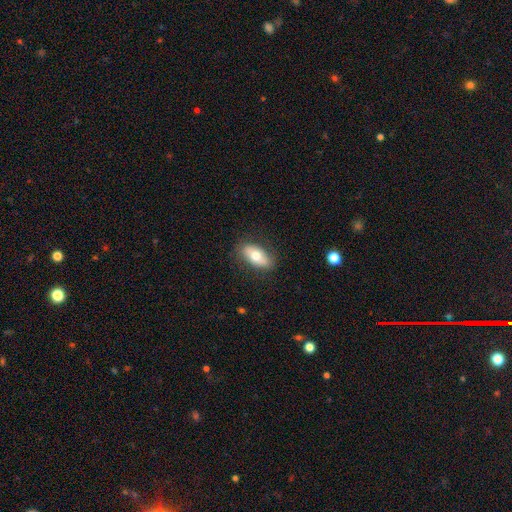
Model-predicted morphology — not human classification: A smooth galaxy with no disk features (68%) that is in between round and cigar-shaped (88%). Merging: none (84%).